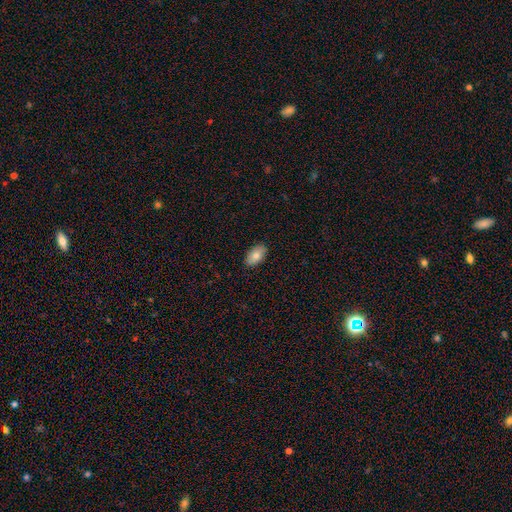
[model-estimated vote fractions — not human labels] Smooth or featured? smooth (80%)
How rounded? in between (94%)
Merging? none (88%)